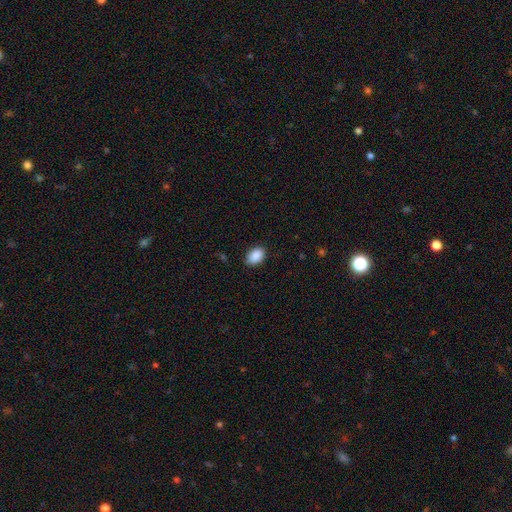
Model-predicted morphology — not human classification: Smooth or featured? smooth (89%)
How rounded? in between (83%)
Merging? none (86%)